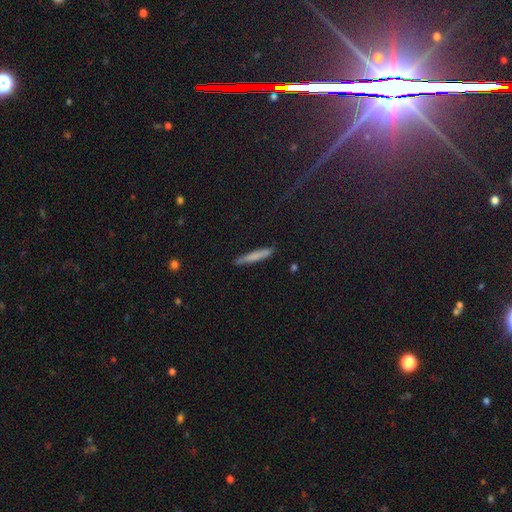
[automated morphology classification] The model was most divided on "smooth or featured": smooth: 72%, featured or disk: 20%, star or artifact: 8%. More confident: how rounded — cigar-shaped (94%); merging — none (86%).